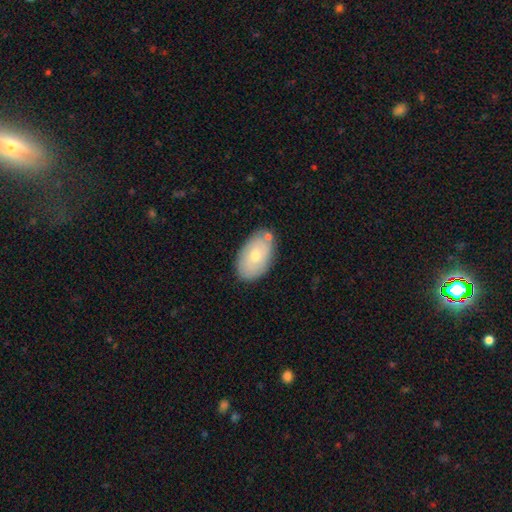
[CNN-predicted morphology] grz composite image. It shows a smooth galaxy with no disk features (61%) that is in between round and cigar-shaped (92%). Merging: none (74%).